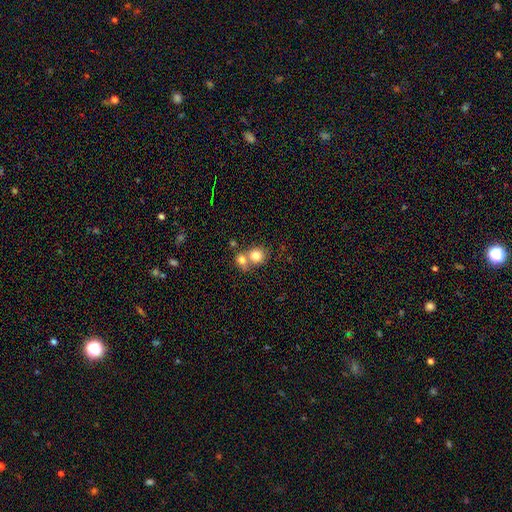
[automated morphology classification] This is likely a smooth galaxy (79%). How rounded: clearly round (83%). Merging: possibly merger (54%).